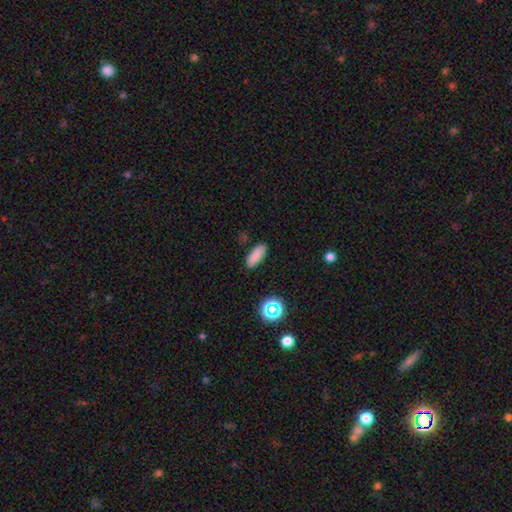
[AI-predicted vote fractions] smooth_or_featured: smooth (p=0.84) [alt: star or artifact p=0.11]
how_rounded: in between (p=0.69) [alt: cigar-shaped p=0.29]
merging: none (p=0.87) [alt: minor disturbance p=0.09]